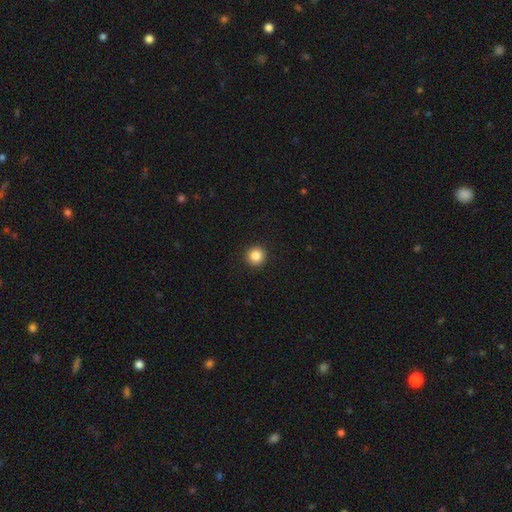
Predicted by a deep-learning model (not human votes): smooth 86%, star or artifact 10%, featured or disk 4%. Down the decision tree: how rounded — round (96%); merging — none (93%).